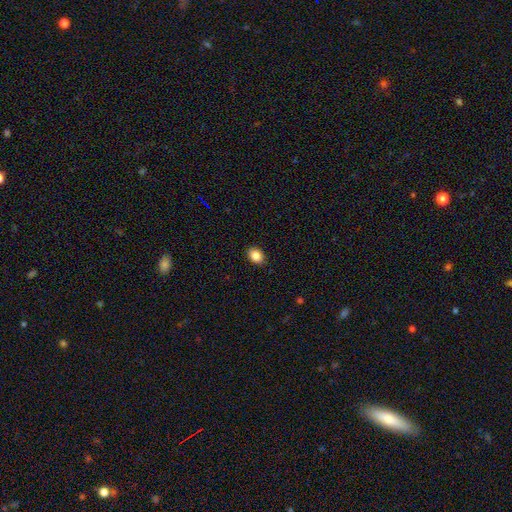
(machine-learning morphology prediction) smooth_or_featured: smooth (p=0.87) [alt: star or artifact p=0.09]
how_rounded: in between (p=0.72) [alt: round p=0.27]
merging: none (p=0.90) [alt: minor disturbance p=0.08]